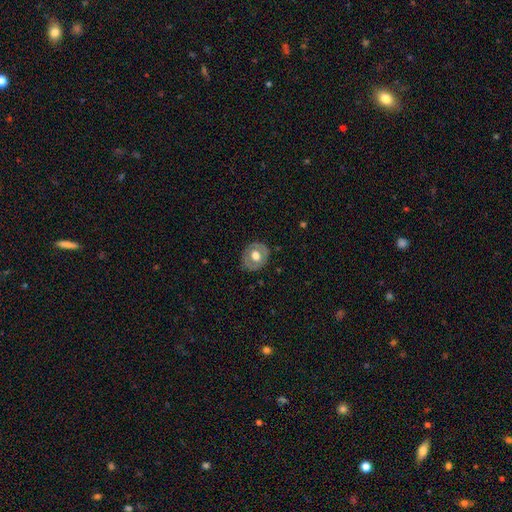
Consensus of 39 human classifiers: Smooth or featured? 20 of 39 (51%) said smooth. How rounded? 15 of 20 (75%) said round. Merging? 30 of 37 (81%) said none.